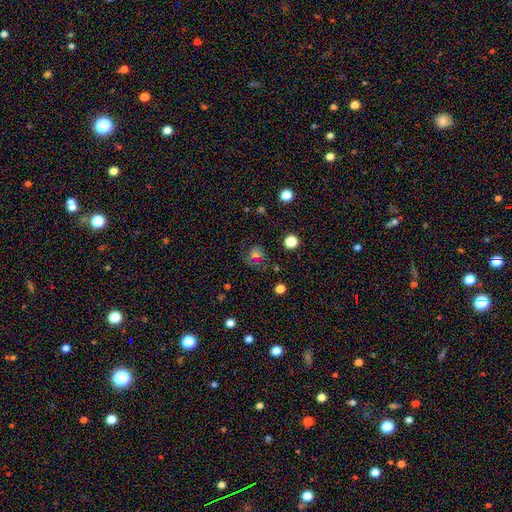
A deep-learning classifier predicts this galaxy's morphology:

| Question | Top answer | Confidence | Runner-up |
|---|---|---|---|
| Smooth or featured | smooth | 58% | star or artifact (23%) |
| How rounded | round | 75% | in between (24%) |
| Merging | none | 66% | minor disturbance (19%) |